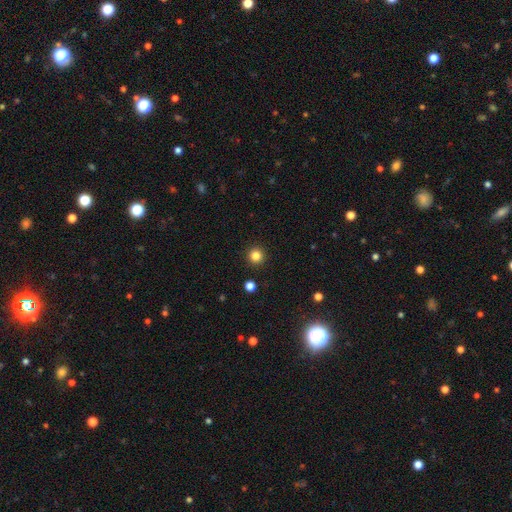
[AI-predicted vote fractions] The model was most divided on "smooth or featured": smooth: 84%, star or artifact: 12%, featured or disk: 4%. More confident: how rounded — round (96%); merging — none (93%).